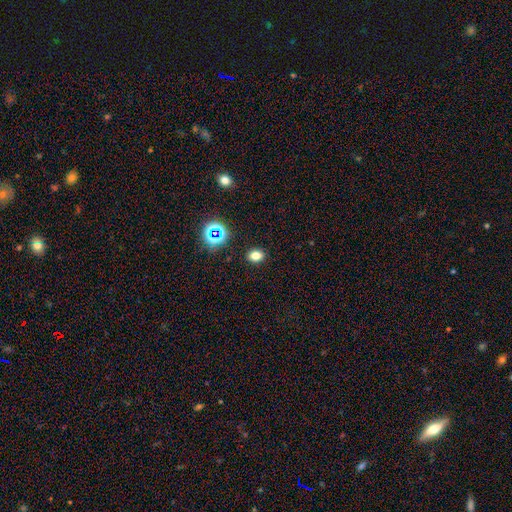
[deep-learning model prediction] smooth_or_featured: smooth (p=0.74) [alt: star or artifact p=0.18]
how_rounded: in between (p=0.66) [alt: round p=0.32]
merging: none (p=0.89) [alt: minor disturbance p=0.07]